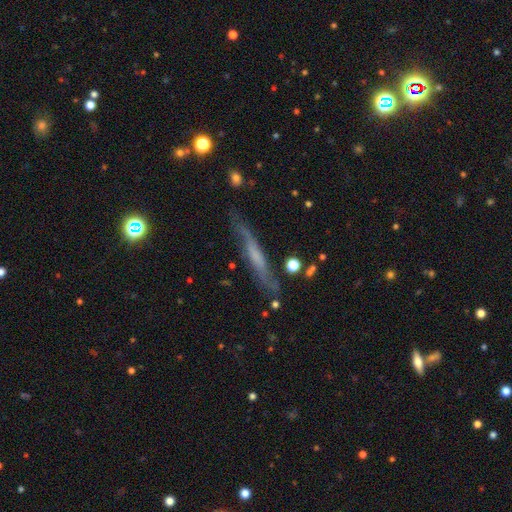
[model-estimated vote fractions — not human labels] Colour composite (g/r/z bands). It shows a featured or disk galaxy (58%) viewed edge-on (75%). Merging: none (69%).